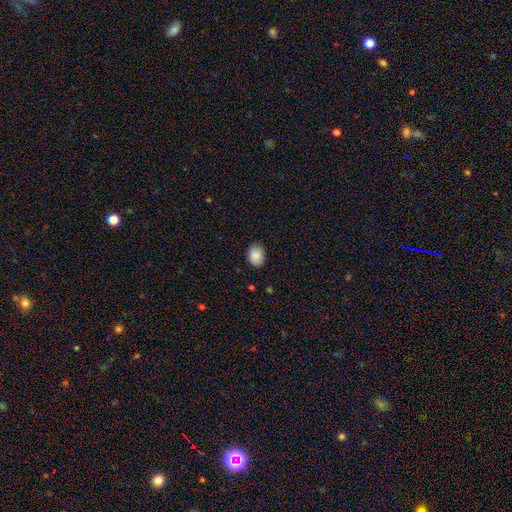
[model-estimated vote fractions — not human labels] Overall: smooth (89%). How rounded: in between (60%; round 39%). Merging: none (86%).